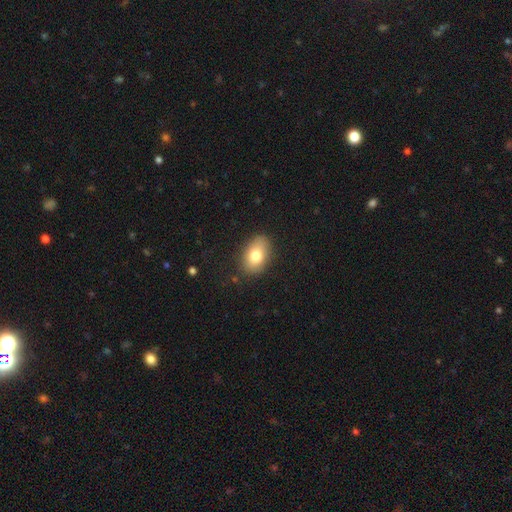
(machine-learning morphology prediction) A smooth galaxy with no disk features (78%) that is in between round and cigar-shaped (87%).

Vote fractions:
- Smooth or featured? smooth: 78% / featured or disk: 14% / star or artifact: 8%
- How rounded? in between: 87% / round: 12% / cigar-shaped: 2%
- Merging? none: 84% / minor disturbance: 12% / major disturbance: 3% / merger: 1%